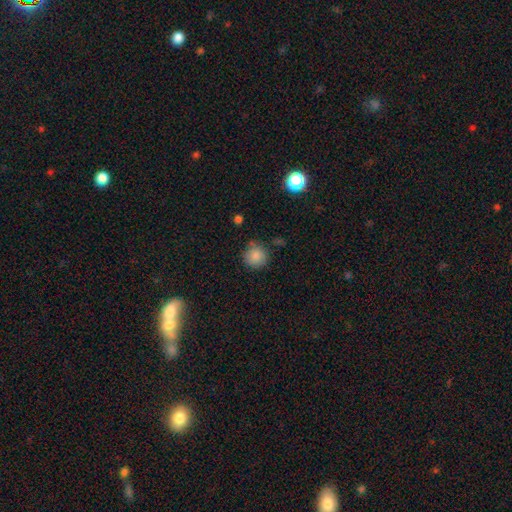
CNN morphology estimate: Smooth or featured: smooth — 85% (star or artifact — 10%)
How rounded: round — 93% (in between — 6%)
Merging: none — 80% (minor disturbance — 13%)